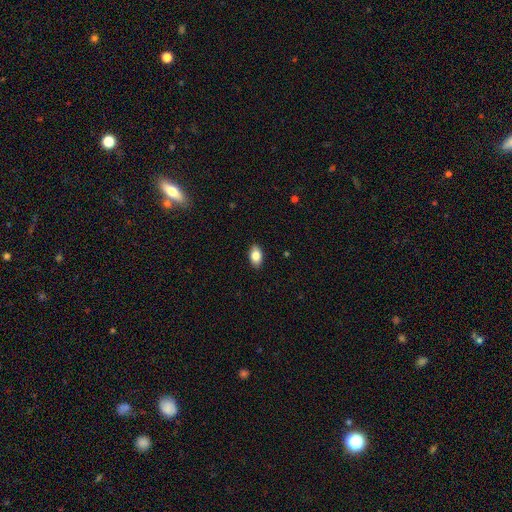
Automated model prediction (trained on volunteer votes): smooth_or_featured: smooth (p=0.84) [alt: featured or disk p=0.08]
how_rounded: in between (p=0.91) [alt: round p=0.07]
merging: none (p=0.89) [alt: minor disturbance p=0.08]